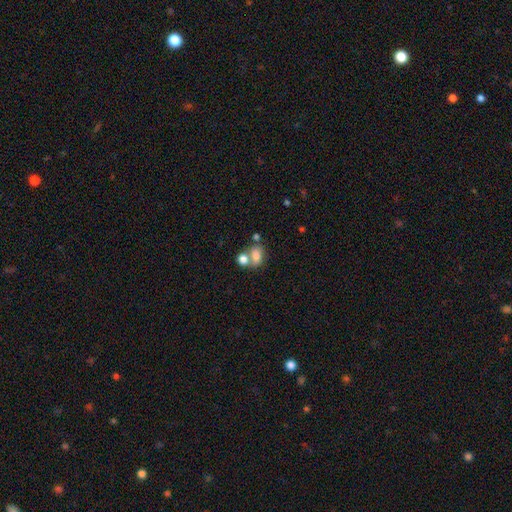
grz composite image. It shows a smooth galaxy with no disk features (82%) that is in between round and cigar-shaped (88%). Merging: none (44%).